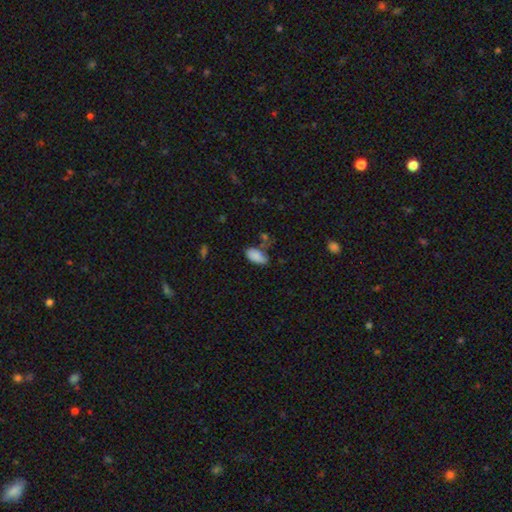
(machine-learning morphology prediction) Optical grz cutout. It shows a smooth galaxy with no disk features (85%) that is in between round and cigar-shaped (93%). Merging: none (54%).